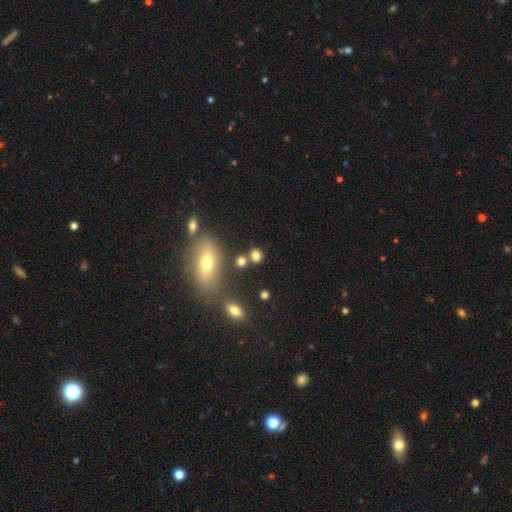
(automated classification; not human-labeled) Smooth or featured? smooth (77%)
How rounded? round (72%)
Merging? none (66%)